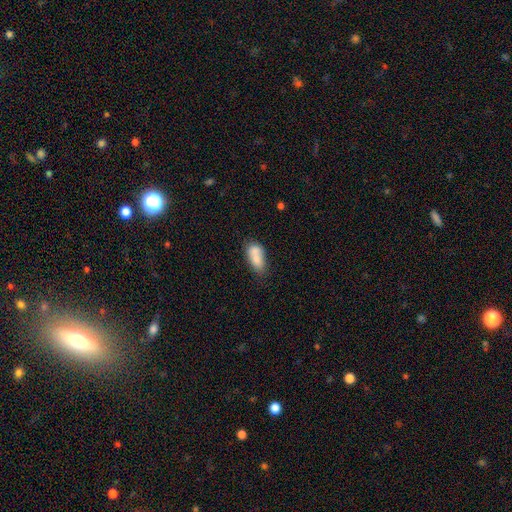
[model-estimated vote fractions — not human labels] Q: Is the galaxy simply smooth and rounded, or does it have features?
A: smooth — 76%.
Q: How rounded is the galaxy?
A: in between — 85%.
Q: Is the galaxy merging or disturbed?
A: none — 39%.